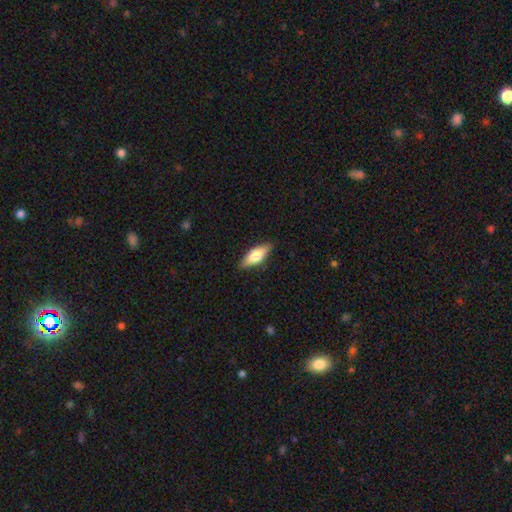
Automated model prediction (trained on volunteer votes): This is likely a smooth galaxy (64%). How rounded: likely in between (63%). Merging: clearly none (87%).